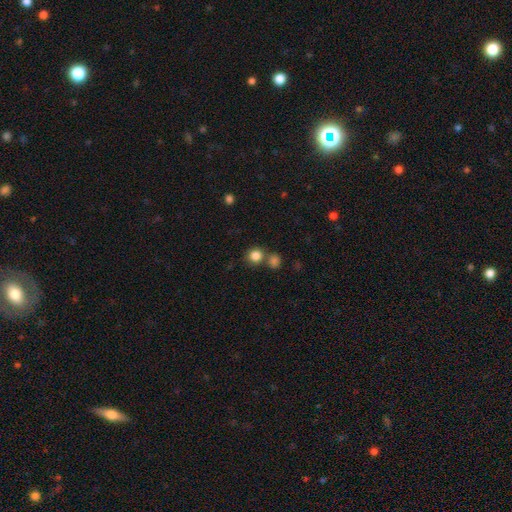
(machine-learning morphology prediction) Smooth or featured? smooth (84%)
How rounded? round (88%)
Merging? none (66%)